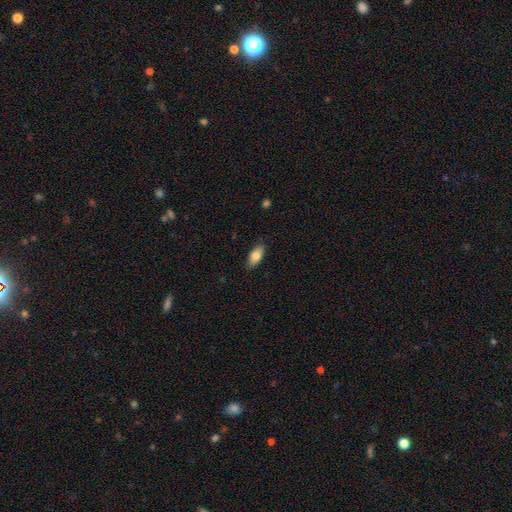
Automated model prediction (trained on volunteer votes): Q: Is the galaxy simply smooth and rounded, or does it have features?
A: smooth — 80%.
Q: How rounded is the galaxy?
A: in between — 86%.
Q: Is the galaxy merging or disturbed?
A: none — 84%.